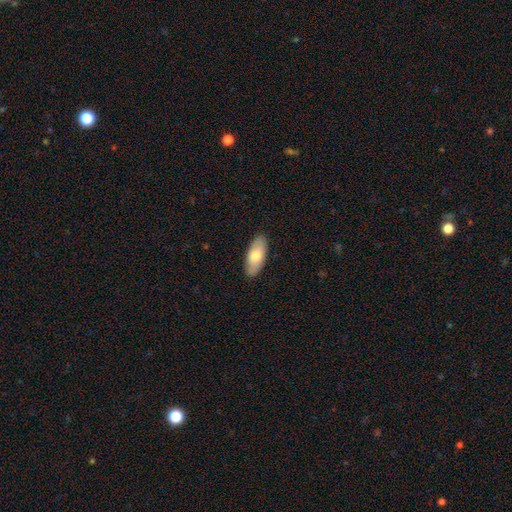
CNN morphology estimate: Overall: smooth (75%). How rounded: in between (85%). Merging: none (88%).